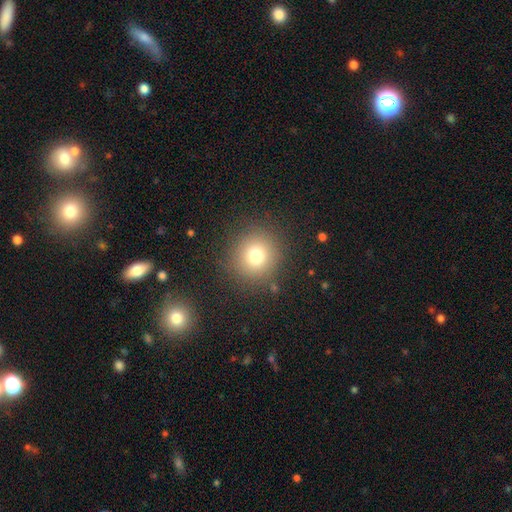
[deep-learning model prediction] A smooth galaxy with no disk features (75%) that is round (93%). Merging: none (87%).